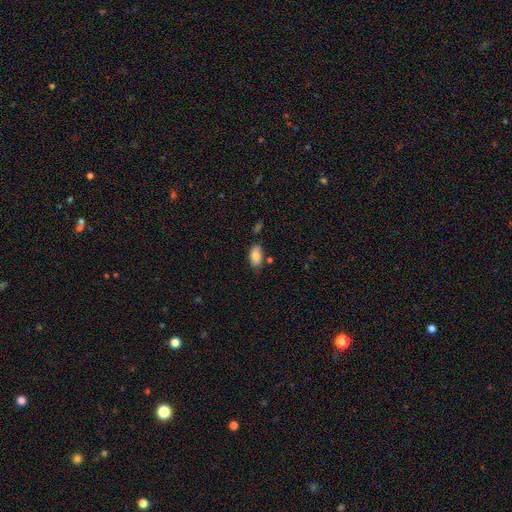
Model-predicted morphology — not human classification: Smooth or featured? Predicted: smooth (p=0.84). How rounded? Predicted: in between (p=0.94). Merging? Predicted: none (p=0.74).